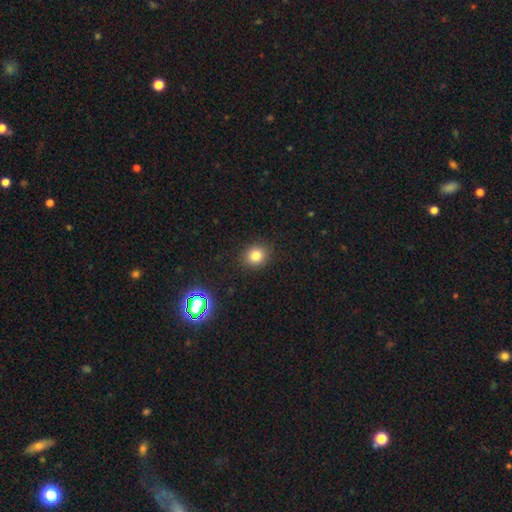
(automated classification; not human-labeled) Smooth or featured?
  - smooth: 81% *
  - star or artifact: 13%
  - featured or disk: 6%
How rounded?
  - round: 75% *
  - in between: 24%
  - cigar-shaped: 1%
Merging?
  - none: 89% *
  - minor disturbance: 8%
  - major disturbance: 2%
  - merger: 1%